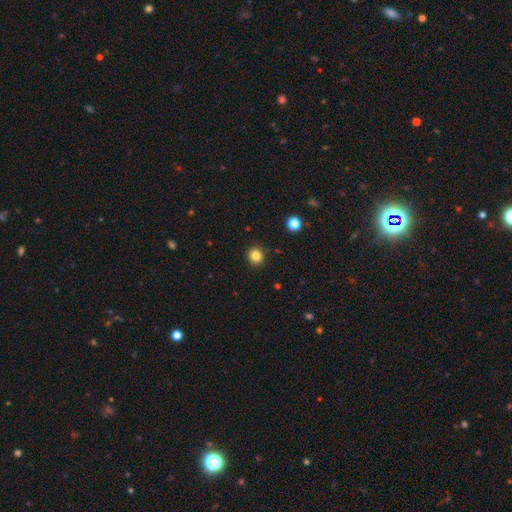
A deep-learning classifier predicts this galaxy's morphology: A smooth galaxy with no disk features (84%) that is round (88%).

Vote fractions:
- Smooth or featured? smooth: 84% / star or artifact: 12% / featured or disk: 4%
- How rounded? round: 88% / in between: 11% / cigar-shaped: 1%
- Merging? none: 91% / minor disturbance: 5% / major disturbance: 2% / merger: 1%